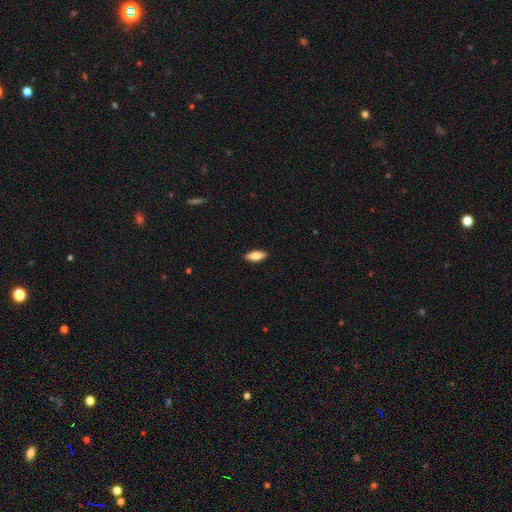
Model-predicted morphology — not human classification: Smooth or featured: smooth — 76% (featured or disk — 18%)
How rounded: in between — 76% (cigar-shaped — 21%)
Merging: none — 89% (minor disturbance — 8%)